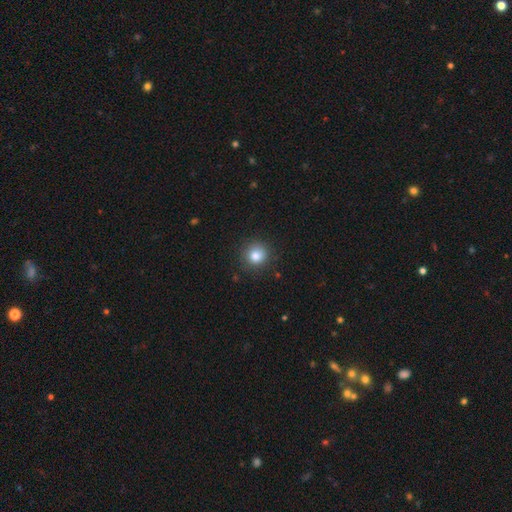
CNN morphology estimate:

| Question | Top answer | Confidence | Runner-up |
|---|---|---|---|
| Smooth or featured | smooth | 83% | star or artifact (11%) |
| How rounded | round | 91% | in between (8%) |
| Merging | none | 88% | minor disturbance (9%) |